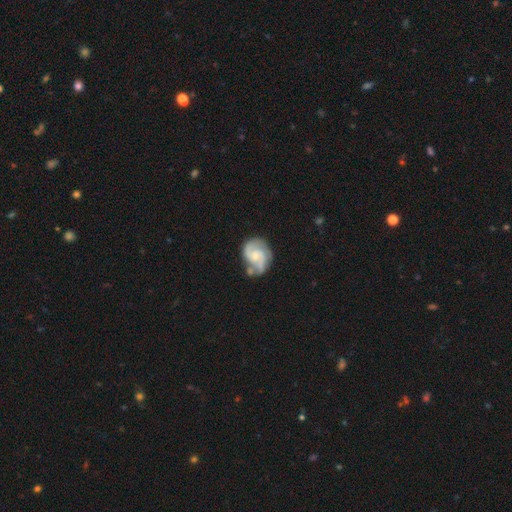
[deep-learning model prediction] Smooth or featured: featured or disk — 82% (smooth — 13%)
Edge-on disk: no — 98% (yes — 2%)
Bar: no — 55% (weak — 39%)
Spiral arms: yes — 96% (no — 4%)
Spiral winding: medium — 53% (tight — 29%)
Spiral arm count: 2 — 77% (3 — 10%)
Bulge size: small — 55% (moderate — 32%)
Merging: none — 57% (minor disturbance — 24%)